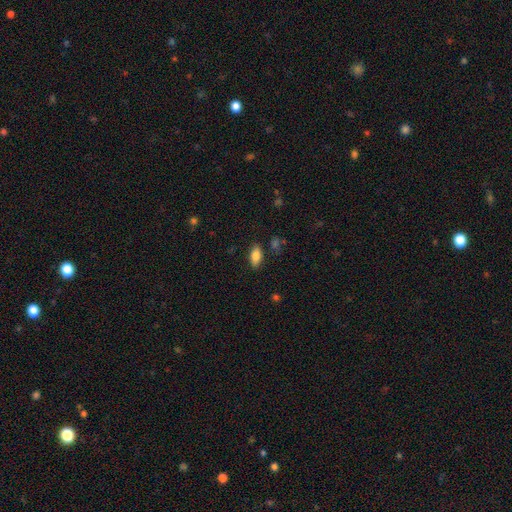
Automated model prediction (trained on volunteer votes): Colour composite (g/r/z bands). It shows a smooth galaxy with no disk features (81%) that is in between round and cigar-shaped (87%). Merging: none (84%).